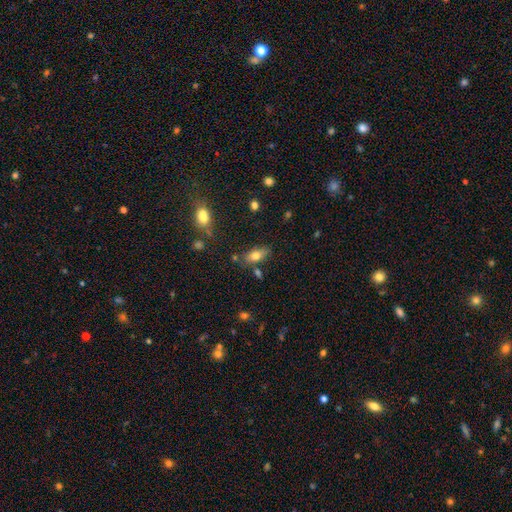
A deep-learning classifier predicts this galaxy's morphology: smooth_or_featured: smooth (p=0.74) [alt: featured or disk p=0.17]
how_rounded: in between (p=0.85) [alt: cigar-shaped p=0.11]
merging: none (p=0.74) [alt: minor disturbance p=0.15]